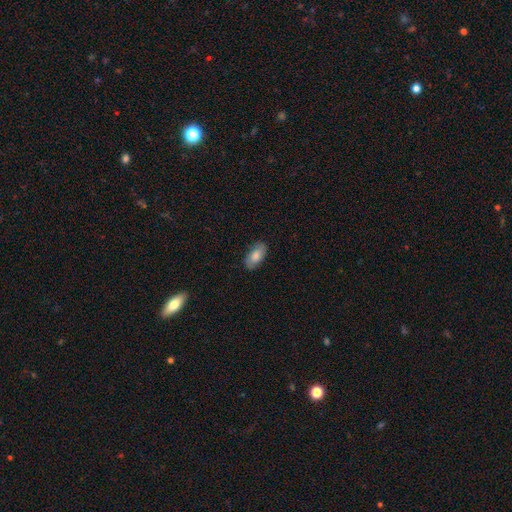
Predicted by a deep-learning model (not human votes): This is likely a smooth galaxy (73%). How rounded: clearly in between (92%). Merging: clearly none (83%).